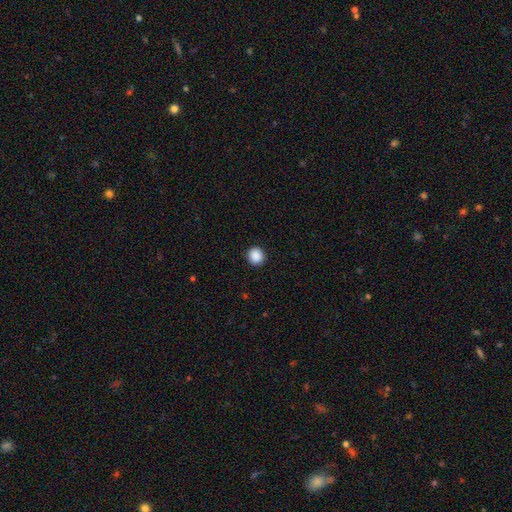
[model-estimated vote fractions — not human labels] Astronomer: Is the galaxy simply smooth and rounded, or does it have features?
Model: smooth — 89%.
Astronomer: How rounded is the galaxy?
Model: round — 90%.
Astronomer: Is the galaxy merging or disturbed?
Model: none — 92%.